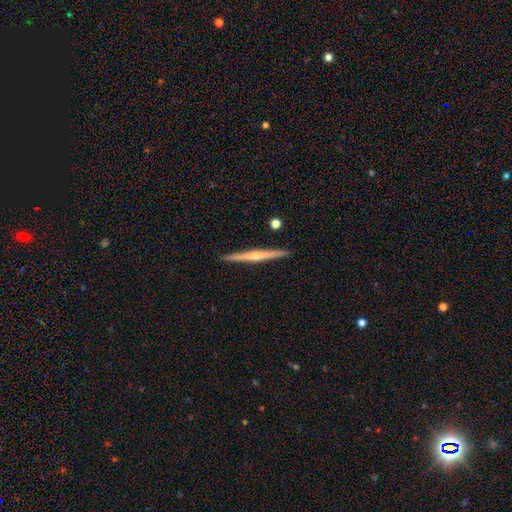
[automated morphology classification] Overall: featured or disk (69%). Edge-on disk: yes (98%). Edge-on bulge: rounded (64%; none 29%). Merging: none (92%).